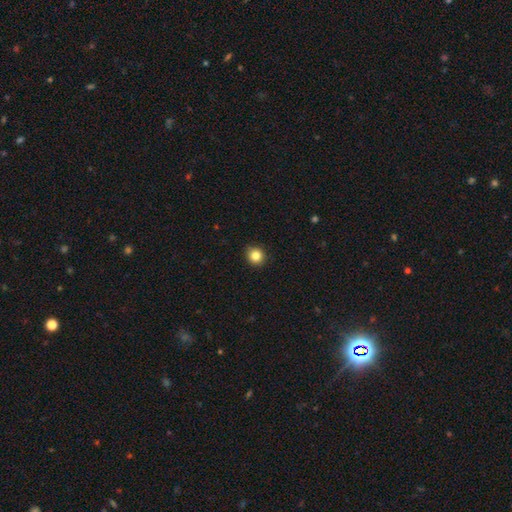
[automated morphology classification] Smooth or featured? smooth (84%)
How rounded? round (91%)
Merging? none (91%)